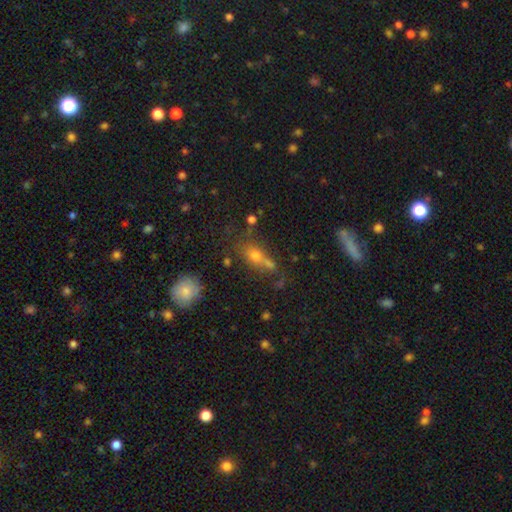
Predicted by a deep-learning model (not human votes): Smooth or featured: smooth — 64% (star or artifact — 20%)
How rounded: in between — 51% (round — 37%)
Merging: none — 48% (merger — 29%)